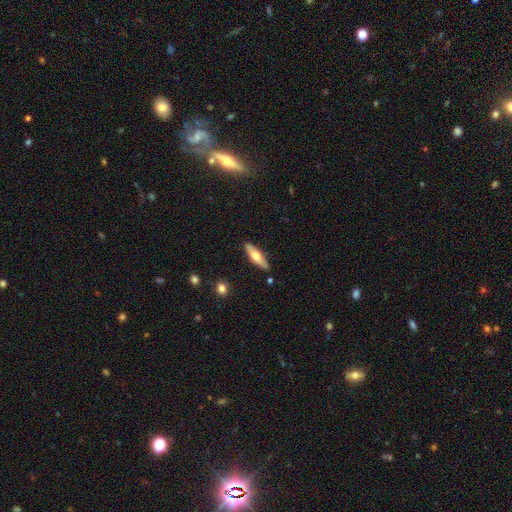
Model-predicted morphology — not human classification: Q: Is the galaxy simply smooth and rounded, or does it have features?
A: smooth — 53%.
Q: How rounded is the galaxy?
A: cigar-shaped — 57%.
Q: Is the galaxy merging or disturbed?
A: none — 86%.